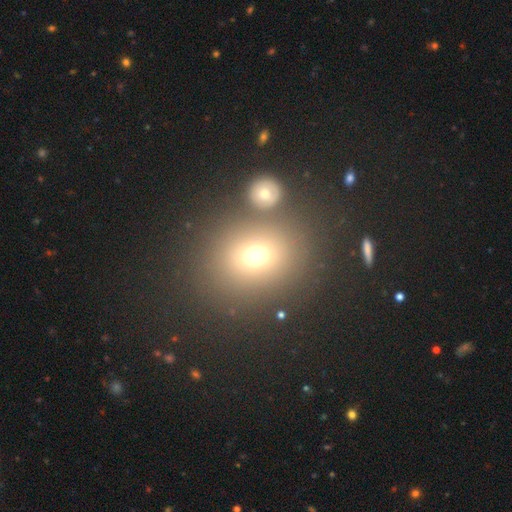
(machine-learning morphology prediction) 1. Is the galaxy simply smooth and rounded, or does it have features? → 66% smooth, 21% star or artifact, 13% featured or disk.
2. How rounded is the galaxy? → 64% round, 35% in between, 1% cigar-shaped.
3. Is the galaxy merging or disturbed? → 73% none, 14% merger, 9% minor disturbance, 4% major disturbance.